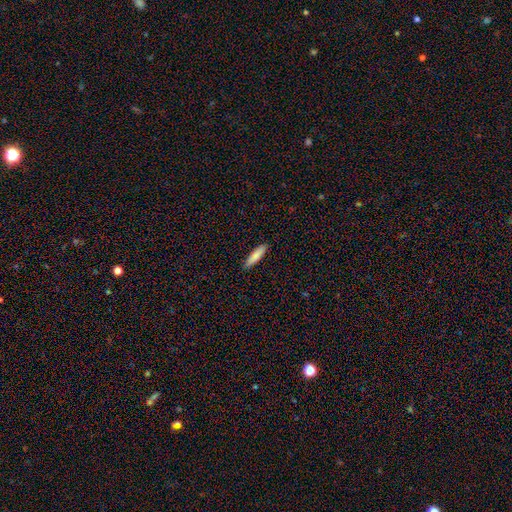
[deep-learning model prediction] Smooth or featured: smooth — 83% (featured or disk — 11%)
How rounded: cigar-shaped — 75% (in between — 24%)
Merging: none — 90% (minor disturbance — 8%)